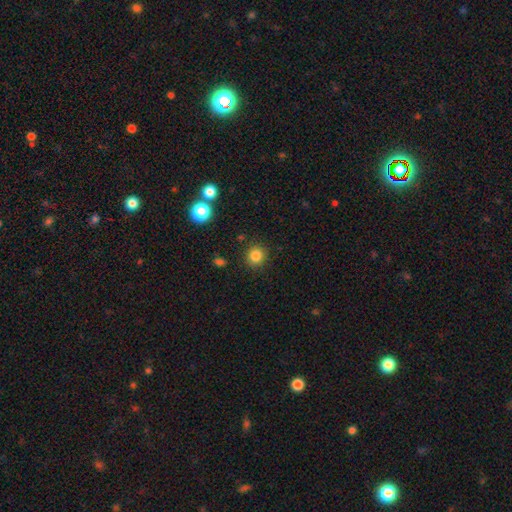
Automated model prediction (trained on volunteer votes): A smooth galaxy with no disk features (83%) that is round (91%).

Vote fractions:
- Smooth or featured? smooth: 83% / star or artifact: 12% / featured or disk: 5%
- How rounded? round: 91% / in between: 8% / cigar-shaped: 1%
- Merging? none: 89% / minor disturbance: 7% / major disturbance: 3% / merger: 2%